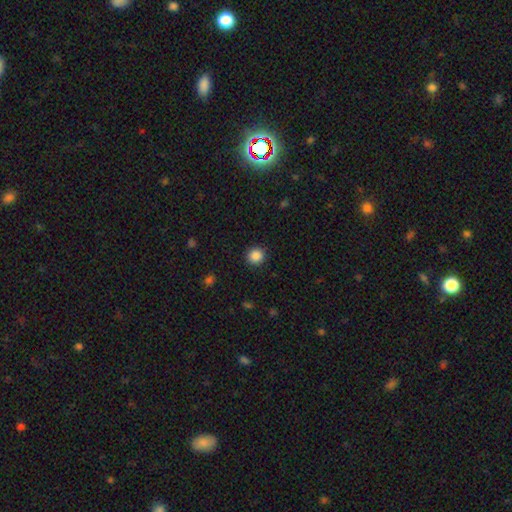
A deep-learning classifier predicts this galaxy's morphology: A smooth galaxy with no disk features (87%) that is round (92%). Merging: none (91%).